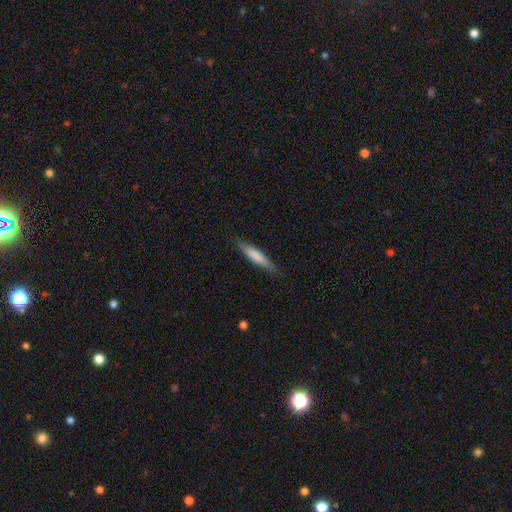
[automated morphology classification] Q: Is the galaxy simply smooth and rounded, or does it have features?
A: smooth — 72%.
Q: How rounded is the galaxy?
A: cigar-shaped — 89%.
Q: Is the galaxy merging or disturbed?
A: none — 85%.